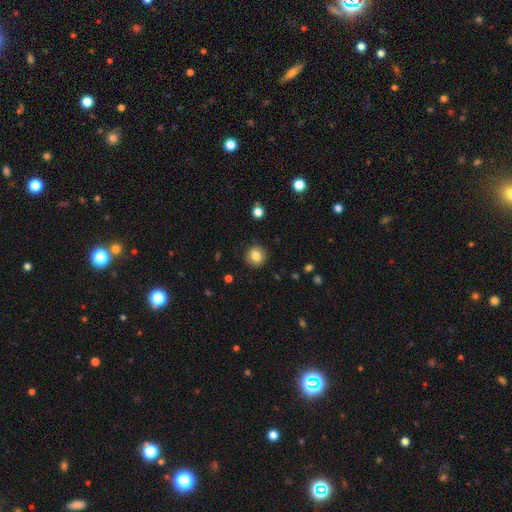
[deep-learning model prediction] Smooth or featured? Predicted: smooth (p=0.83). How rounded? Predicted: round (p=0.92). Merging? Predicted: none (p=0.91).